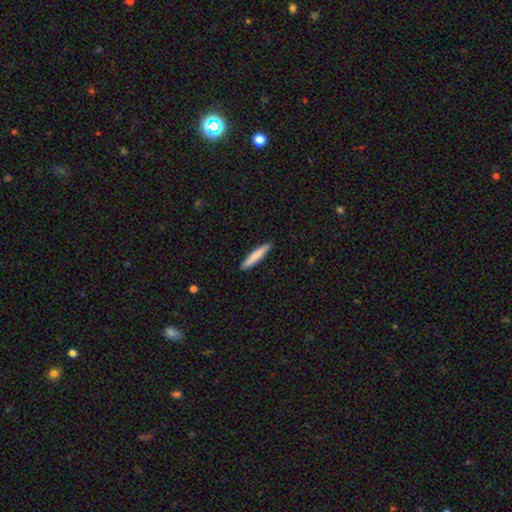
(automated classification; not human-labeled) Q: Smooth or featured?
A: smooth (80%); runner-up: featured or disk (15%)
Q: How rounded?
A: cigar-shaped (94%); runner-up: in between (5%)
Q: Merging?
A: none (92%); runner-up: minor disturbance (6%)